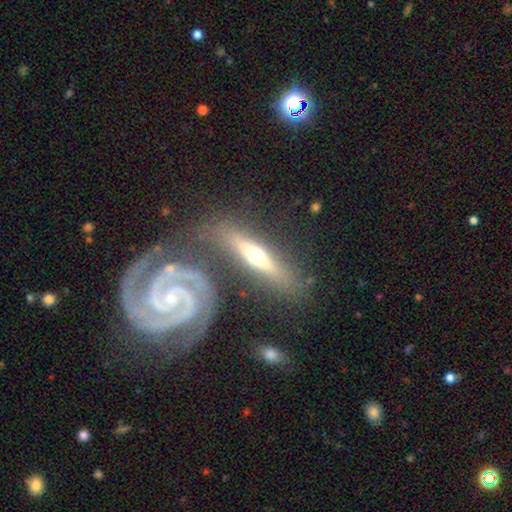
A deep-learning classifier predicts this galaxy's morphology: Overall: featured or disk (61%; smooth 32%). Edge-on disk: yes (81%). Merging: none (72%).